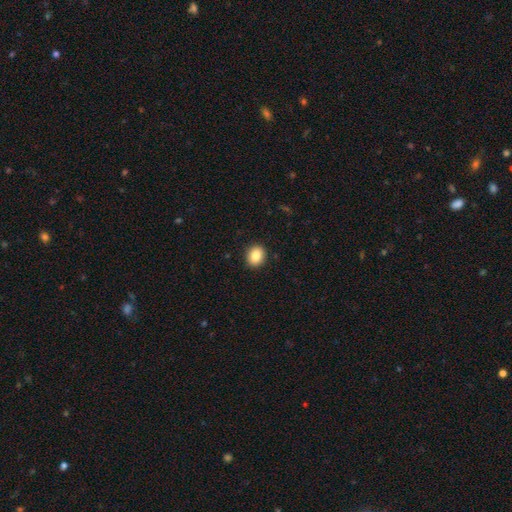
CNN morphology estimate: smooth 85%, star or artifact 9%, featured or disk 6%. Down the decision tree: how rounded — round (65%); merging — none (92%).